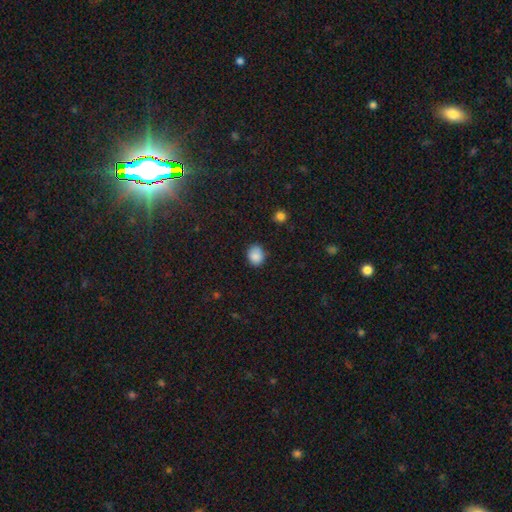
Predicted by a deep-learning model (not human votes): Smooth or featured? Predicted: smooth (p=0.86). How rounded? Predicted: round (p=0.61). Merging? Predicted: none (p=0.80).